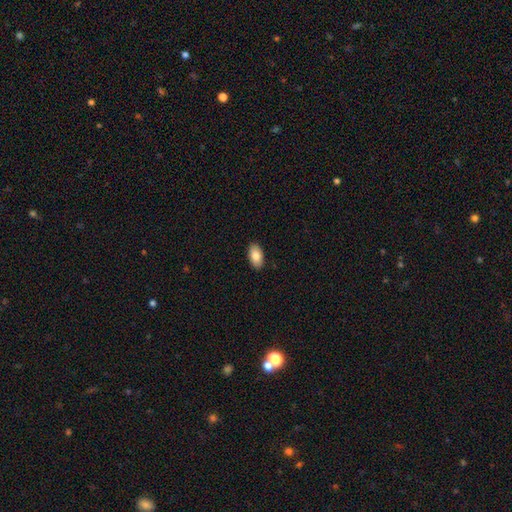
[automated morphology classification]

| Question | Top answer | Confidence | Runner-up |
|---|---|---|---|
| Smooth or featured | smooth | 85% | featured or disk (8%) |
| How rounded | in between | 95% | round (3%) |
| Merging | none | 90% | minor disturbance (7%) |